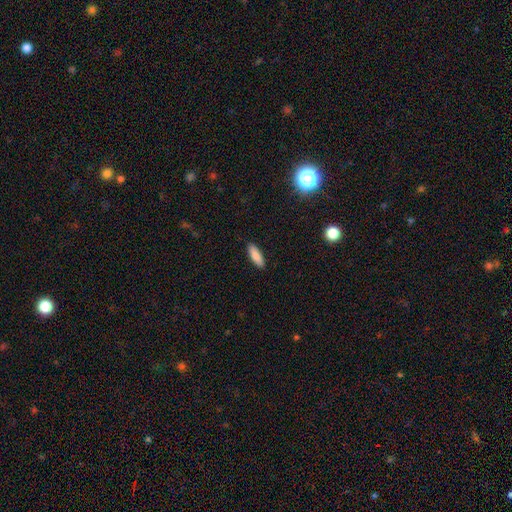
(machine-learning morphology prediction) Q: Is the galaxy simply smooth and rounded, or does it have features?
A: smooth — 85%.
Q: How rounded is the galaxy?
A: in between — 54%.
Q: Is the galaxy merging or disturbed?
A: none — 90%.